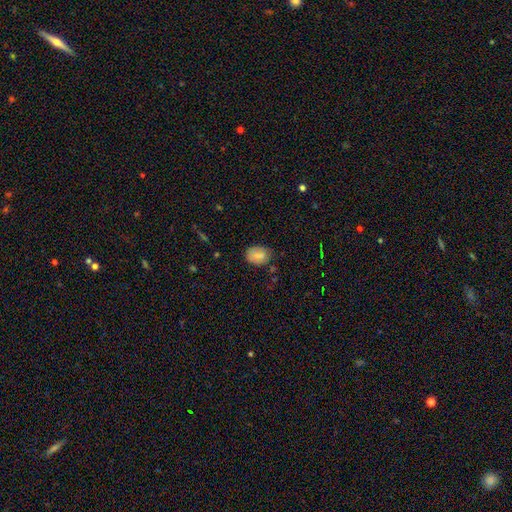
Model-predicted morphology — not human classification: This appears to be a smooth galaxy with no disk features (83%) that is in between round and cigar-shaped (71%). Merging: none (74%).